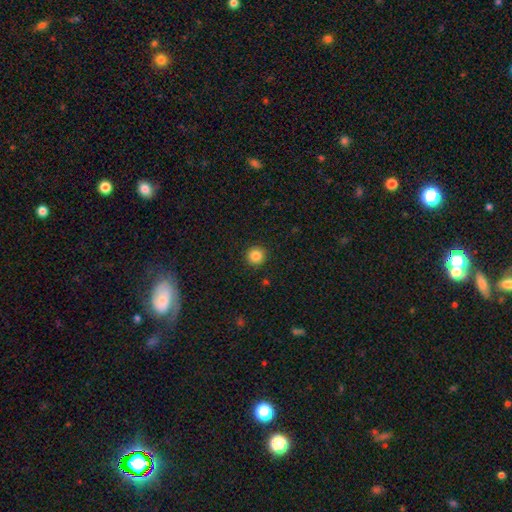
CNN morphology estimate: Q: Smooth or featured?
A: smooth (86%); runner-up: star or artifact (11%)
Q: How rounded?
A: round (96%); runner-up: in between (4%)
Q: Merging?
A: none (93%); runner-up: minor disturbance (5%)